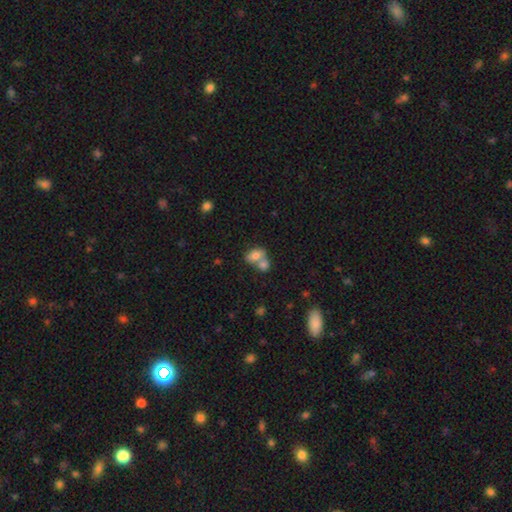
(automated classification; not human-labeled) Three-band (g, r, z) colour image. It shows a smooth galaxy with no disk features (74%) that is in between round and cigar-shaped (72%). Merging: merger (61%).